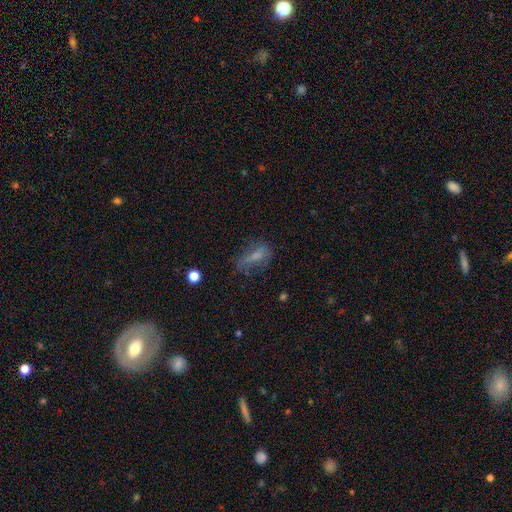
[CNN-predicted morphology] This appears to be a smooth galaxy with no disk features (58%) that is in between round and cigar-shaped (61%). Merging: none (47%).